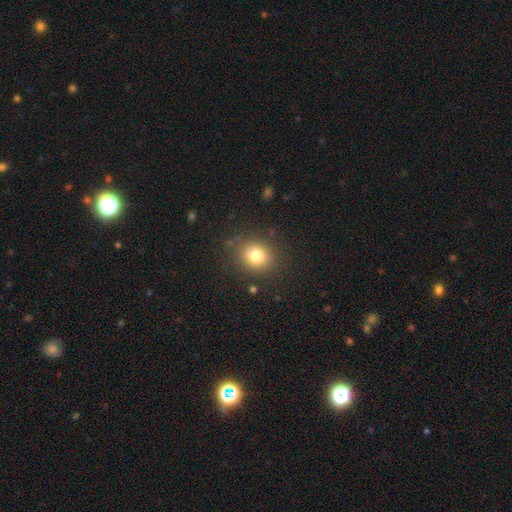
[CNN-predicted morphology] The model was most divided on "how rounded": round: 75%, in between: 24%, cigar-shaped: 1%. More confident: merging — none (84%); smooth or featured — smooth (79%).